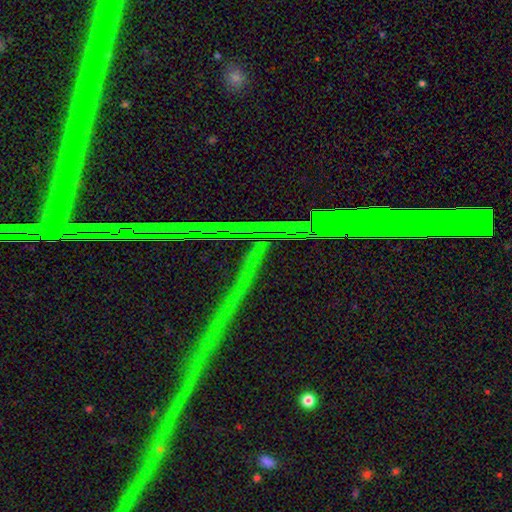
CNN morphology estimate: smooth-or-featured: star or artifact: 80% | featured or disk: 12% | smooth: 8%